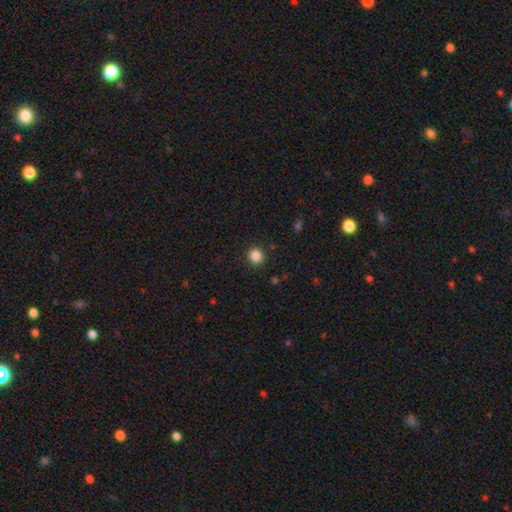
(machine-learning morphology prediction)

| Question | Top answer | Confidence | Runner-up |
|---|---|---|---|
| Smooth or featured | smooth | 85% | star or artifact (12%) |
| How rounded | round | 92% | in between (7%) |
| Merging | none | 91% | minor disturbance (6%) |